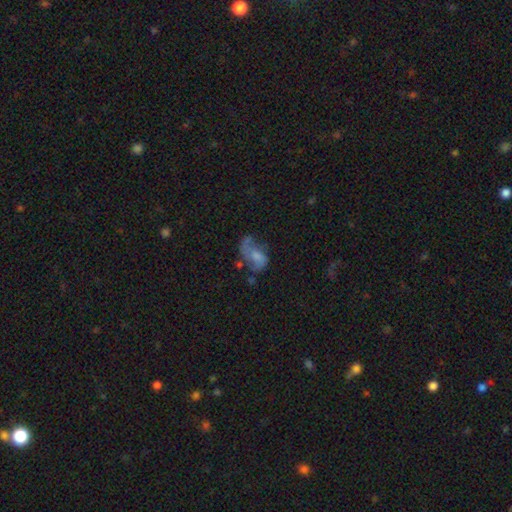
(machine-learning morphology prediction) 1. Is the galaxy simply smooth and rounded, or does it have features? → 60% featured or disk, 29% smooth, 10% star or artifact.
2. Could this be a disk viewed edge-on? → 97% no, 3% yes.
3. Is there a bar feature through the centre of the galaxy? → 63% no, 31% weak, 6% strong.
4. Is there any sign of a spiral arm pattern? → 77% yes, 23% no.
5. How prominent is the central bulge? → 32% moderate, 31% small, 26% none, 9% large, 2% dominant.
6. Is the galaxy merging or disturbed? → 35% major disturbance (tied), 35% none (tied), 23% minor disturbance, 8% merger.